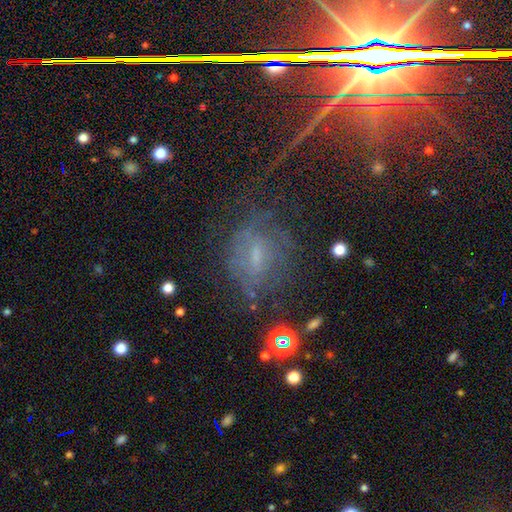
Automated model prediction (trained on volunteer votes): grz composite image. It shows a featured or disk galaxy (40%). Merging: none (61%).